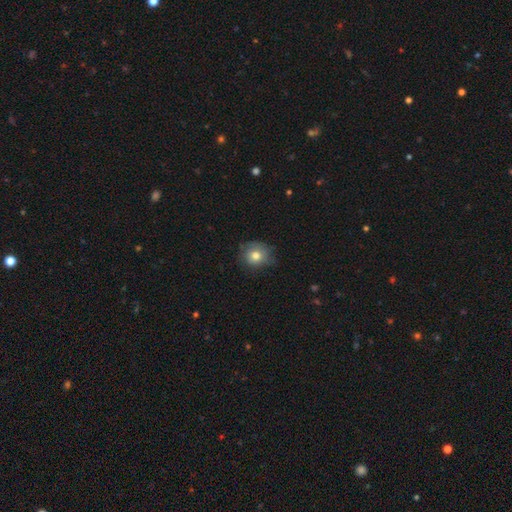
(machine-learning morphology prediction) smooth_or_featured: smooth (p=0.76) [alt: featured or disk p=0.15]
how_rounded: round (p=0.81) [alt: in between p=0.18]
merging: none (p=0.68) [alt: minor disturbance p=0.25]